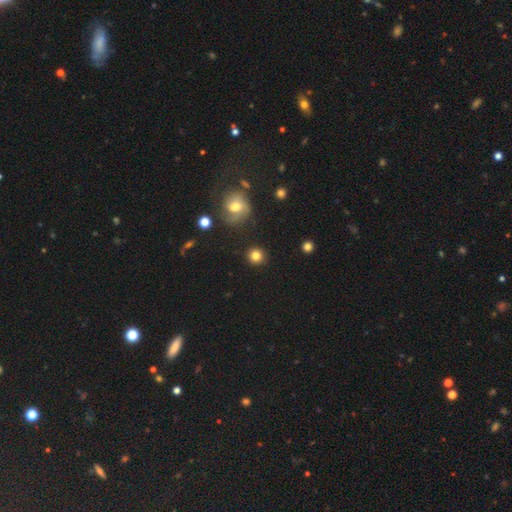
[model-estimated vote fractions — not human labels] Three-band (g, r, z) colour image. It shows a smooth galaxy with no disk features (82%) that is round (93%). Merging: none (90%).